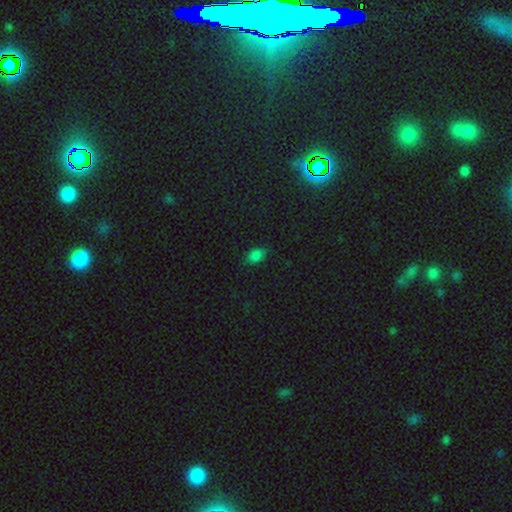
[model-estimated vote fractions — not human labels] This is likely a smooth galaxy (79%). How rounded: clearly in between (84%). Merging: likely none (80%).